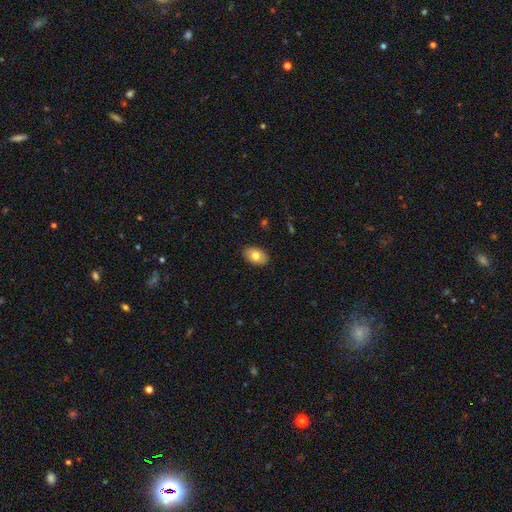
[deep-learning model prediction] Smooth or featured? Predicted: smooth (p=0.75). How rounded? Predicted: in between (p=0.89). Merging? Predicted: none (p=0.88).